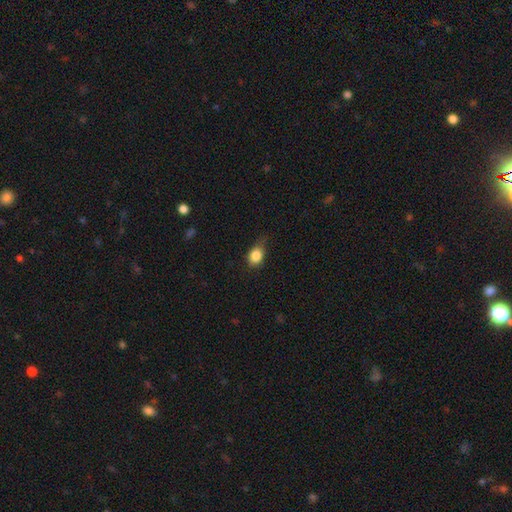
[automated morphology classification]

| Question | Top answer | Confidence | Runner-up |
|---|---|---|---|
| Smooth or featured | smooth | 85% | star or artifact (9%) |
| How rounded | in between | 58% | round (40%) |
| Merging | none | 54% | minor disturbance (36%) |